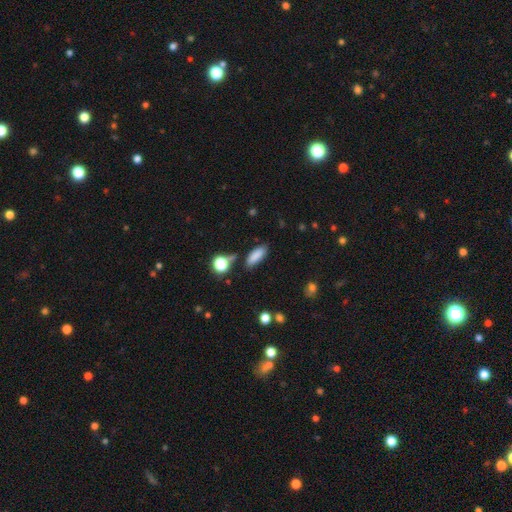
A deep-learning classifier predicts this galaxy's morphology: A smooth galaxy with no disk features (84%) that is in between round and cigar-shaped (69%). Merging: none (77%).